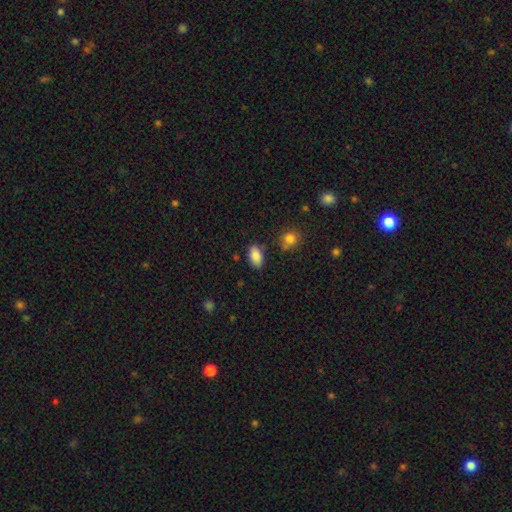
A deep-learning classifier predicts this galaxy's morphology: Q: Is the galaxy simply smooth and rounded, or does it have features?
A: smooth — 87%.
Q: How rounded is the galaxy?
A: in between — 92%.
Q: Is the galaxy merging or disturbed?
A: none — 81%.